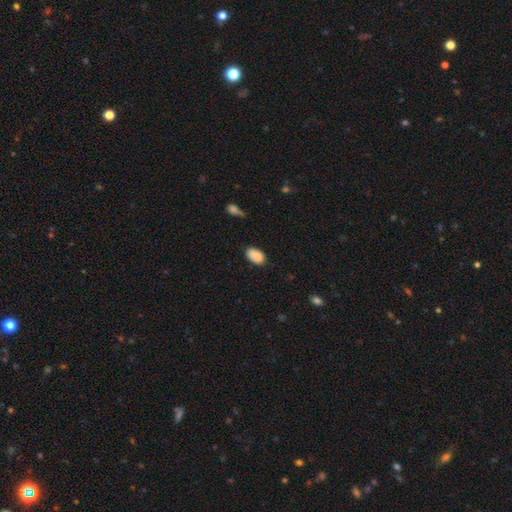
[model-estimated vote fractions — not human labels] This is clearly a smooth galaxy (89%). How rounded: clearly in between (93%). Merging: likely none (79%).